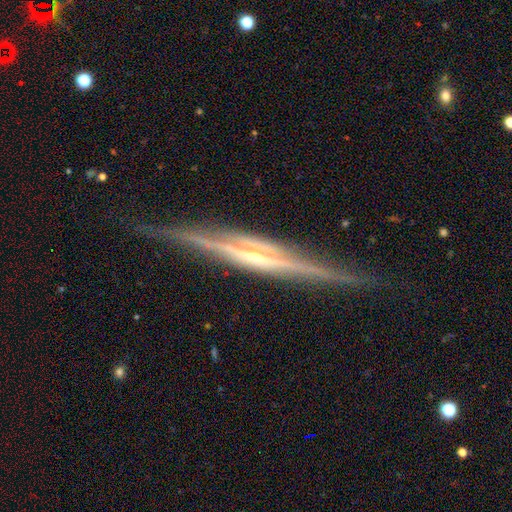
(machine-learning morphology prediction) Overall: featured or disk (89%). Edge-on disk: yes (98%). Edge-on bulge: rounded (59%; boxy 22%). Merging: none (88%).